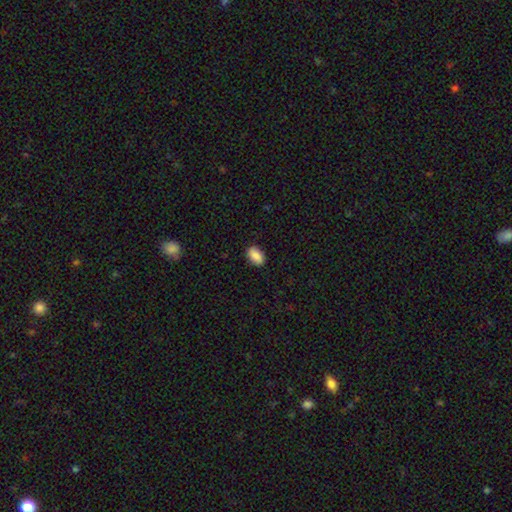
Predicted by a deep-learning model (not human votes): A smooth galaxy with no disk features (87%) that is in between round and cigar-shaped (91%).

Vote fractions:
- Smooth or featured? smooth: 87% / star or artifact: 7% / featured or disk: 6%
- How rounded? in between: 91% / round: 7% / cigar-shaped: 2%
- Merging? none: 87% / minor disturbance: 10% / major disturbance: 2% / merger: 1%